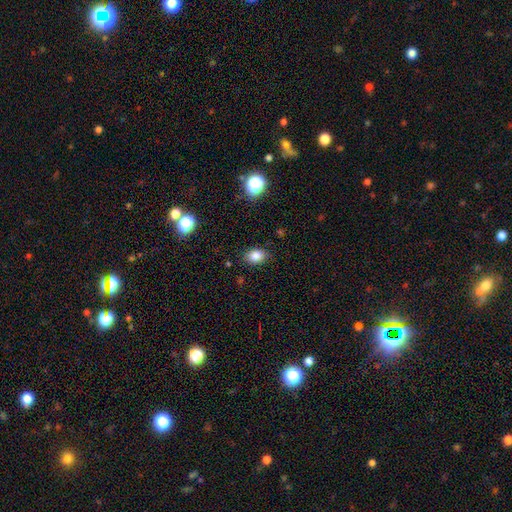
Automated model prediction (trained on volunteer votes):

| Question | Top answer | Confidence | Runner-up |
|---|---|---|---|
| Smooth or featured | smooth | 84% | star or artifact (10%) |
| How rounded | in between | 76% | round (23%) |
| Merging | none | 84% | minor disturbance (12%) |